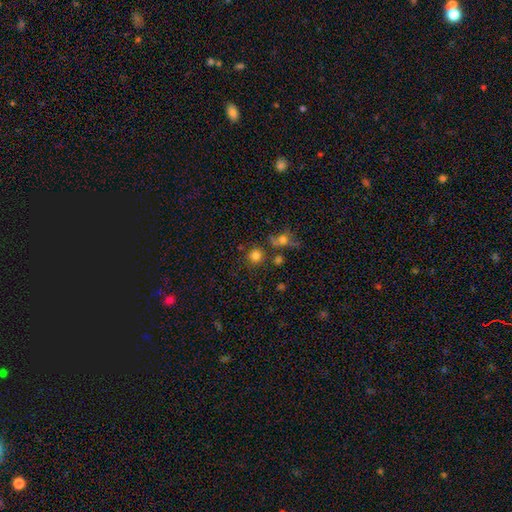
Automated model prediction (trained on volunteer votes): Smooth or featured?
  - smooth: 79% *
  - star or artifact: 14%
  - featured or disk: 7%
How rounded?
  - round: 91% *
  - in between: 8%
  - cigar-shaped: 1%
Merging?
  - none: 75% *
  - merger: 11%
  - minor disturbance: 10%
  - major disturbance: 4%